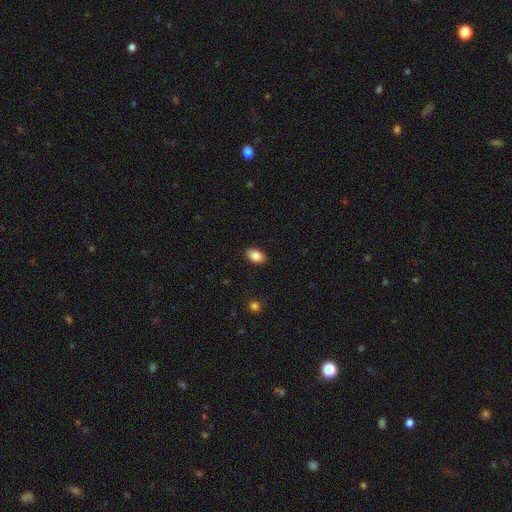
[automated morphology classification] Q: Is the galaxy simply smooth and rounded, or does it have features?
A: smooth — 86%.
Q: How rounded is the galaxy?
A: in between — 90%.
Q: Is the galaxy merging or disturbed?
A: none — 88%.